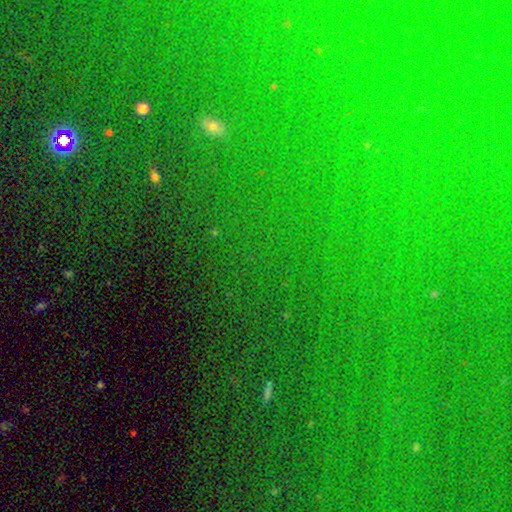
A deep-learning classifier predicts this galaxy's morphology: Q: Smooth or featured?
A: star or artifact (79%); runner-up: smooth (12%)